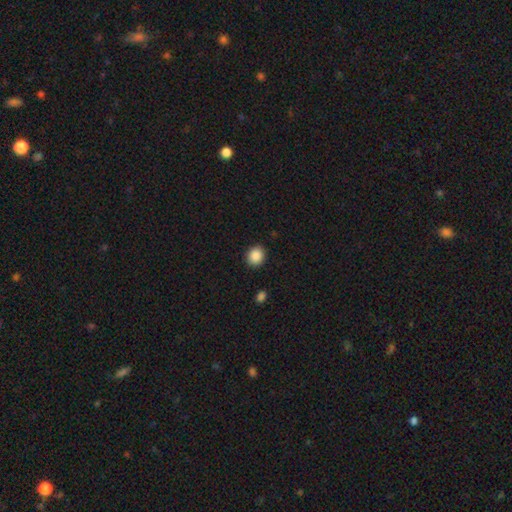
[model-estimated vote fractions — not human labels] Smooth or featured: smooth — 88% (star or artifact — 9%)
How rounded: round — 77% (in between — 22%)
Merging: none — 90% (minor disturbance — 6%)